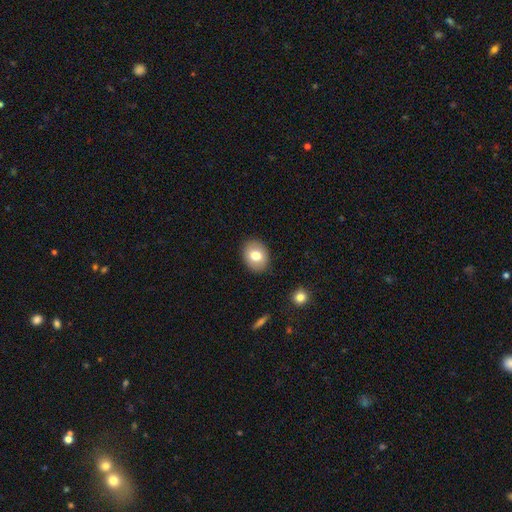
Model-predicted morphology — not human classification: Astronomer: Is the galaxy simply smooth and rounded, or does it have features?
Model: smooth — 74%.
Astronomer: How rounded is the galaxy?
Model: in between — 55% (runner-up: round, 44%).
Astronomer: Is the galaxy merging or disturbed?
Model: none — 88%.